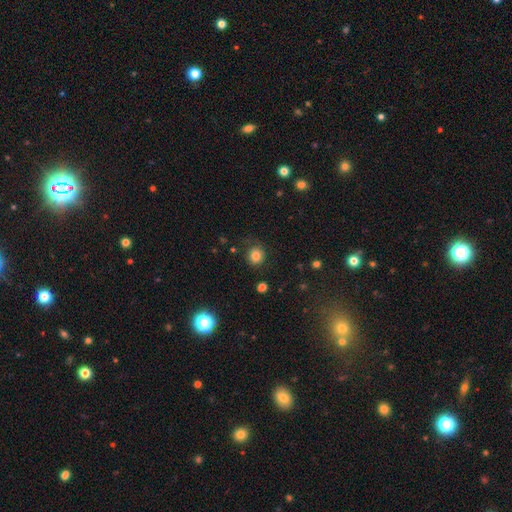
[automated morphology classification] This appears to be a smooth galaxy with no disk features (82%) that is round (87%). Merging: none (83%).